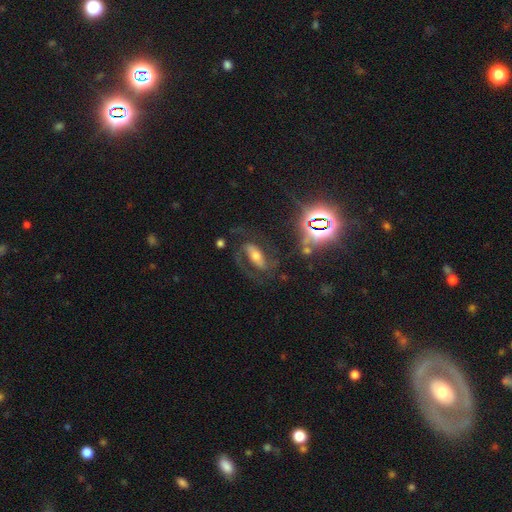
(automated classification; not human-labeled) A featured or disk galaxy (72%) with a strong bar (48%), 2 (85%) medium (51%) spiral arms (90%) and a moderate central bulge (56%). Merging: none (61%).